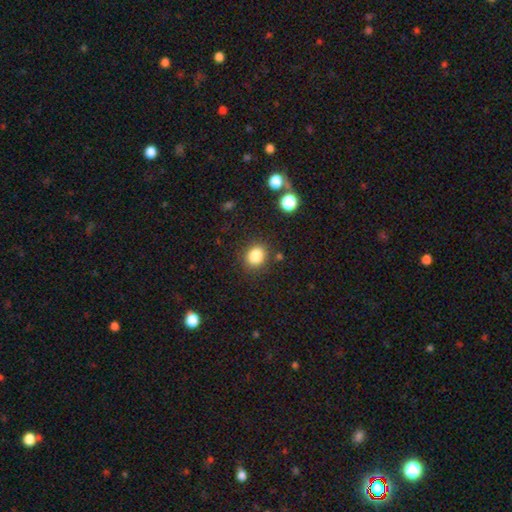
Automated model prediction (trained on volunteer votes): Morphology: type=smooth (84%); roundness=round (67%); merging=none (84%).